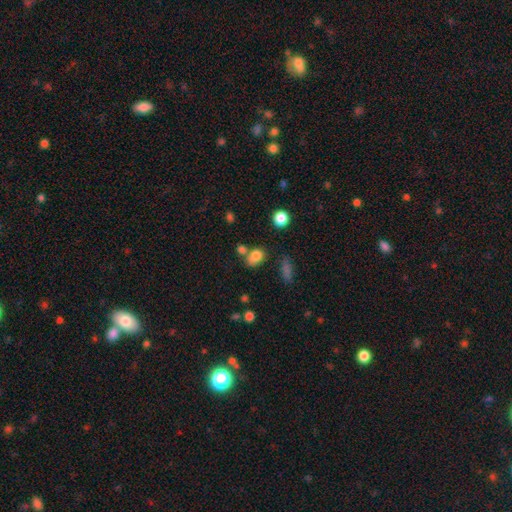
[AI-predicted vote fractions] smooth 79%, star or artifact 12%, featured or disk 9%. Down the decision tree: how rounded — in between (65%); merging — none (51%).